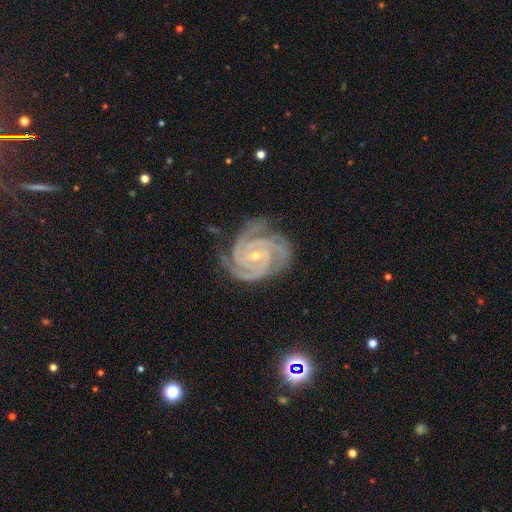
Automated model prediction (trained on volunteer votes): Smooth or featured? Predicted: featured or disk (p=0.93). Edge-on disk? Predicted: no (p=0.98). Bar? Predicted: no (p=0.52). Spiral arms? Predicted: yes (p=0.99). Spiral winding? Predicted: tight (p=0.78). Spiral arm count? Predicted: 3 (p=0.49). Bulge size? Predicted: small (p=0.73). Merging? Predicted: none (p=0.76).